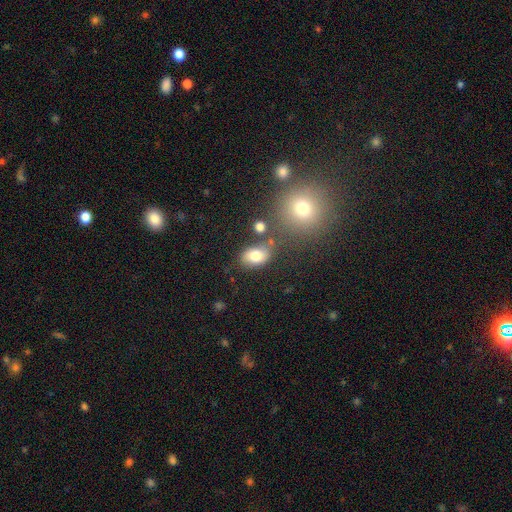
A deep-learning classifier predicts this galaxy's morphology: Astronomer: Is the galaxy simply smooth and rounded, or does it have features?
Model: smooth — 75%.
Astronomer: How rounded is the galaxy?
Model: in between — 79%.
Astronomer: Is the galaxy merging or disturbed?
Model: none — 66%.